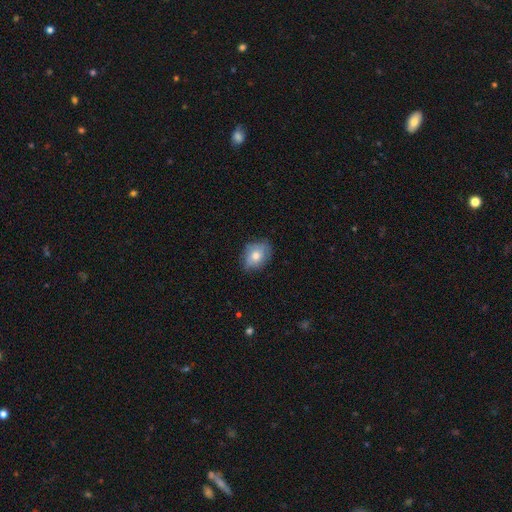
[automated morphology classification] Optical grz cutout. It shows a smooth galaxy with no disk features (70%) that is in between round and cigar-shaped (65%). Merging: none (70%).